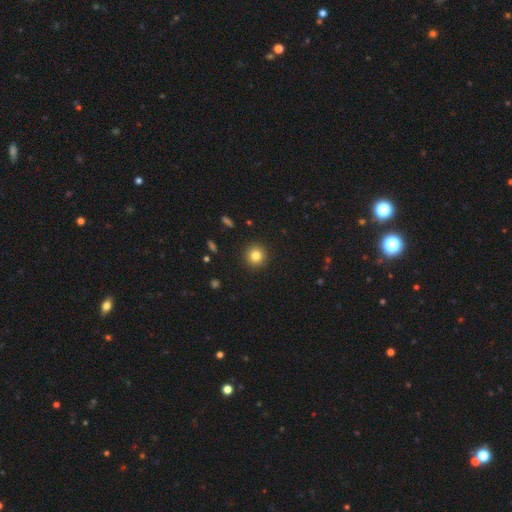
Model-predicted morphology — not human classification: smooth 83%, star or artifact 10%, featured or disk 7%. Down the decision tree: how rounded — round (94%); merging — none (92%).